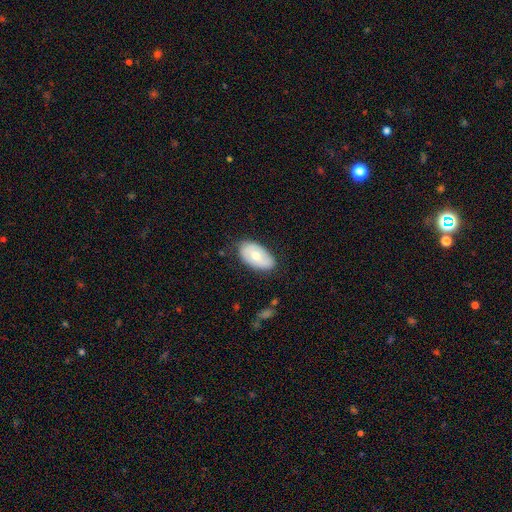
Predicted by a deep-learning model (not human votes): Smooth or featured? Predicted: smooth (p=0.60). How rounded? Predicted: in between (p=0.94). Merging? Predicted: none (p=0.76).